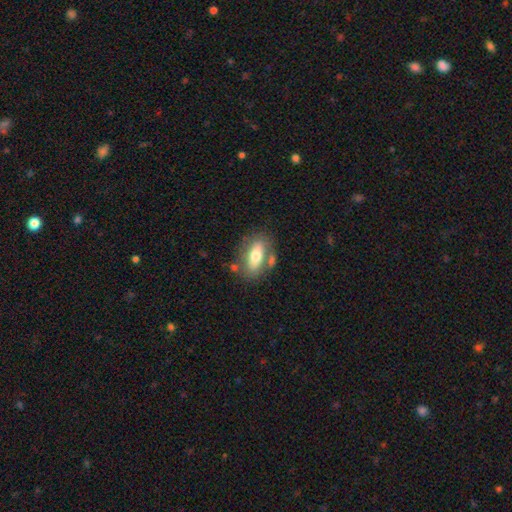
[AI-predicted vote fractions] Smooth or featured: smooth — 59% (featured or disk — 35%)
How rounded: in between — 81% (cigar-shaped — 14%)
Merging: none — 66% (minor disturbance — 16%)